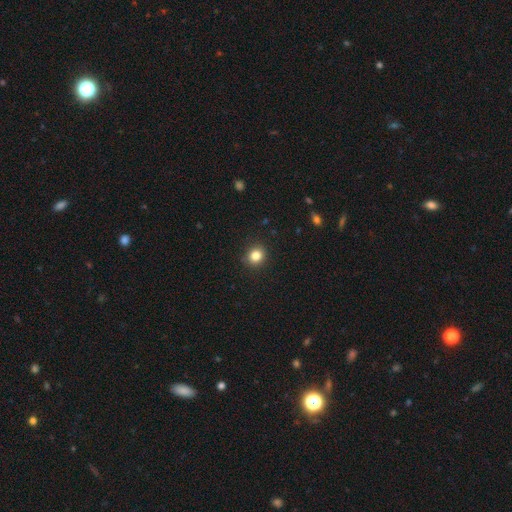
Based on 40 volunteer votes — smooth_or_featured: smooth (p=0.88) [alt: star or artifact p=0.10]
how_rounded: round (p=0.80) [alt: in between p=0.20]
merging: none (p=0.92) [alt: minor disturbance p=0.08]